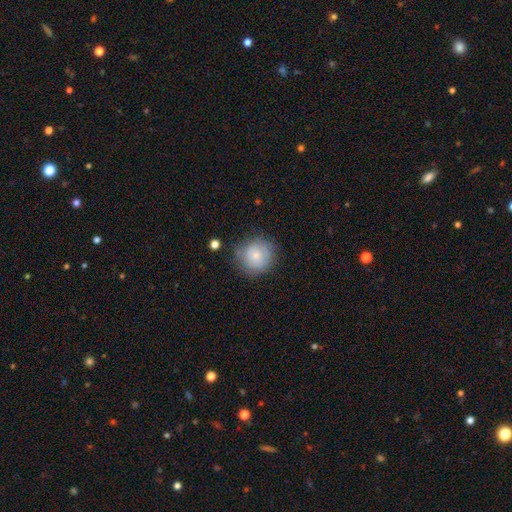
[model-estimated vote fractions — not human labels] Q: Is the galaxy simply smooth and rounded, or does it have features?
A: smooth — 72%.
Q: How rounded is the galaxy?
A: round — 91%.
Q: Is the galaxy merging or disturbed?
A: none — 71%.